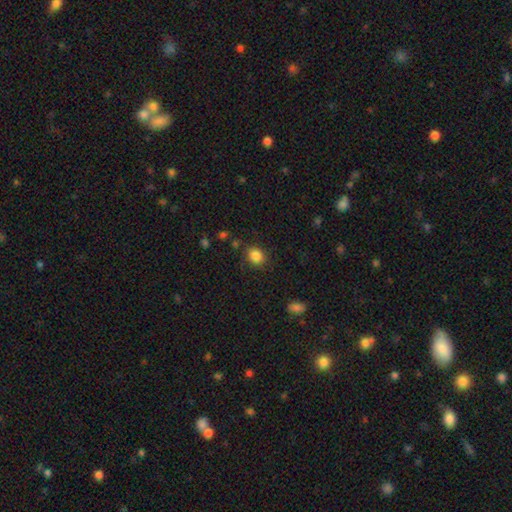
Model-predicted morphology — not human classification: smooth-or-featured: smooth: 85% | star or artifact: 10% | featured or disk: 5%
  how-rounded: round: 64% | in between: 35% | cigar-shaped: 1%
  merging: none: 78% | minor disturbance: 15% | major disturbance: 5% | merger: 2%